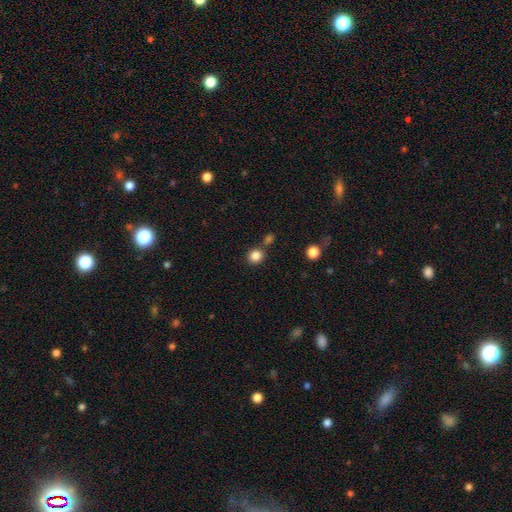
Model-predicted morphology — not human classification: smooth 85%, star or artifact 11%, featured or disk 5%. Down the decision tree: how rounded — round (87%); merging — none (76%).